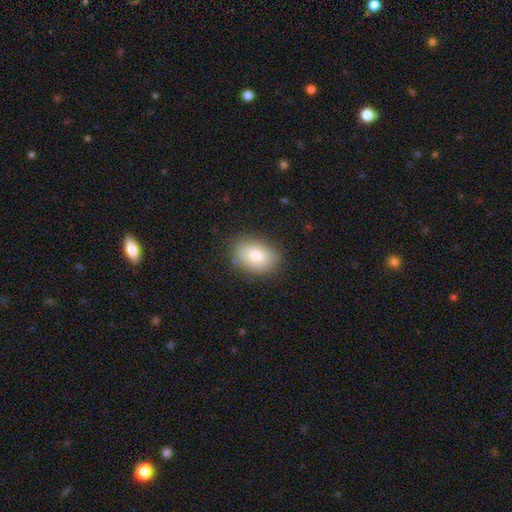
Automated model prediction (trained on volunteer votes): Smooth or featured? Predicted: smooth (p=0.80). How rounded? Predicted: in between (p=0.81). Merging? Predicted: none (p=0.81).